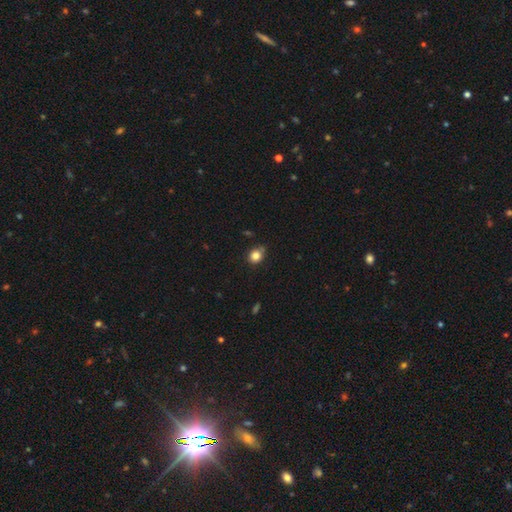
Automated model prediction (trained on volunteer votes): A smooth galaxy with no disk features (82%) that is round (70%). Merging: none (70%).